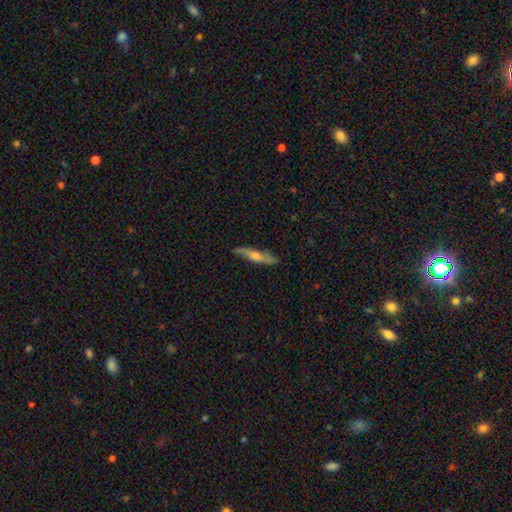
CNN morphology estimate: featured or disk 56%, smooth 38%, star or artifact 6%. Down the decision tree: edge-on disk — yes (69%); merging — none (82%).